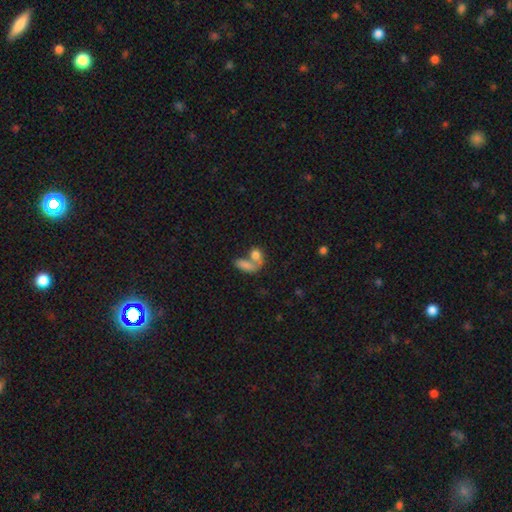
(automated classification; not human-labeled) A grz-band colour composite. It shows a smooth galaxy with no disk features (75%) that is in between round and cigar-shaped (70%). Merging: merger (62%).